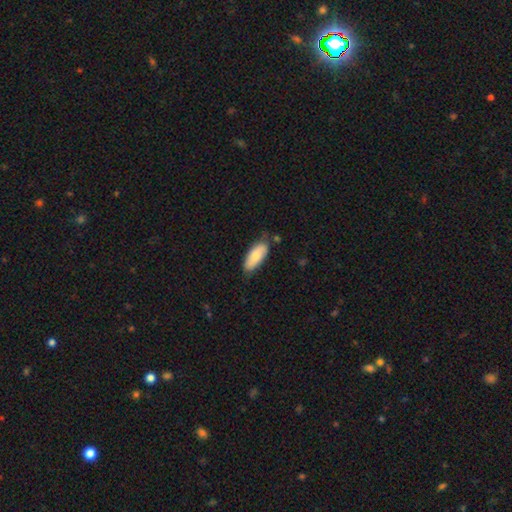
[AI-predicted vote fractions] Smooth or featured?
  - smooth: 77% *
  - featured or disk: 17%
  - star or artifact: 6%
How rounded?
  - in between: 83% *
  - cigar-shaped: 15%
  - round: 2%
Merging?
  - none: 67% *
  - minor disturbance: 26%
  - major disturbance: 4%
  - merger: 3%